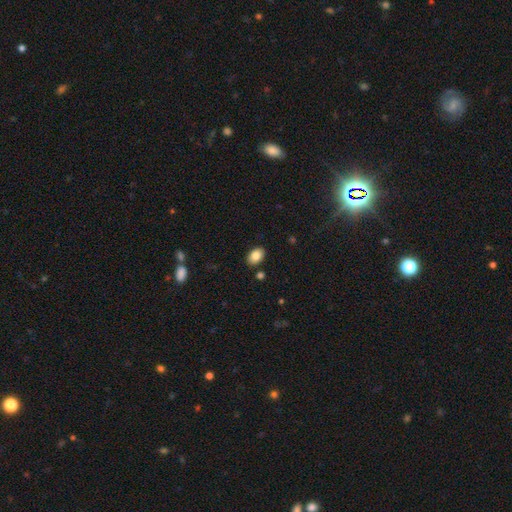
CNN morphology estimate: smooth_or_featured: smooth (p=0.86) [alt: star or artifact p=0.08]
how_rounded: in between (p=0.86) [alt: round p=0.13]
merging: none (p=0.86) [alt: minor disturbance p=0.09]